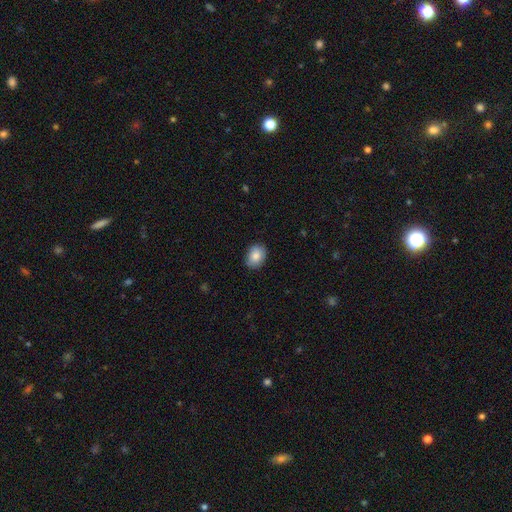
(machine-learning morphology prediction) Smooth or featured? Predicted: smooth (p=0.84). How rounded? Predicted: in between (p=0.63). Merging? Predicted: none (p=0.84).